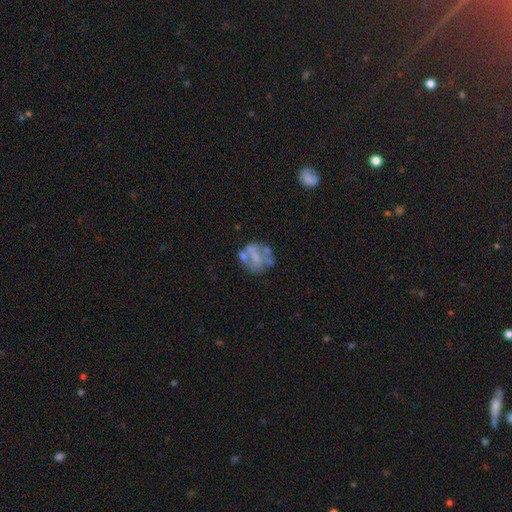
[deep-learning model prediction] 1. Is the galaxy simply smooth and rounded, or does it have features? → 60% featured or disk, 29% smooth, 10% star or artifact.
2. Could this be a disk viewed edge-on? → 97% no, 3% yes.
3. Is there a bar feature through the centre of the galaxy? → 61% no, 23% weak, 15% strong.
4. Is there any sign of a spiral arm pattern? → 78% no, 22% yes.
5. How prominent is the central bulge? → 54% none, 21% moderate, 20% small, 4% large, 1% dominant.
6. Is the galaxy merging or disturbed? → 43% none, 20% major disturbance, 20% minor disturbance, 17% merger.